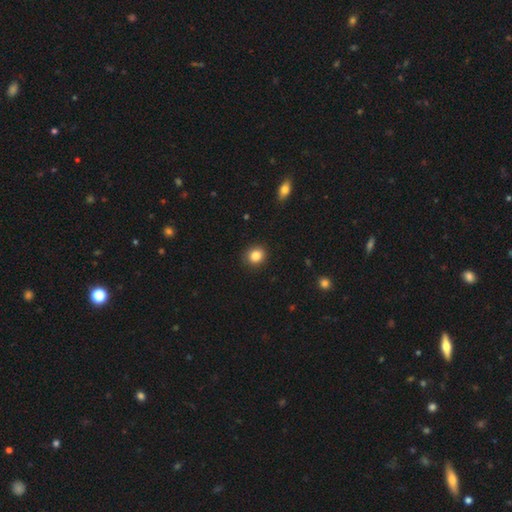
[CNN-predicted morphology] Smooth or featured: smooth — 85% (star or artifact — 10%)
How rounded: round — 82% (in between — 18%)
Merging: none — 90% (minor disturbance — 7%)